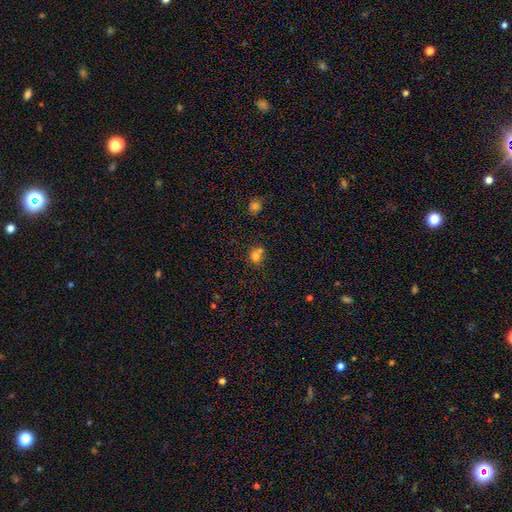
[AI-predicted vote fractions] Smooth or featured?
  - smooth: 74% *
  - star or artifact: 15%
  - featured or disk: 11%
How rounded?
  - round: 75% *
  - in between: 24%
  - cigar-shaped: 1%
Merging?
  - none: 45% *
  - merger: 38%
  - minor disturbance: 12%
  - major disturbance: 5%